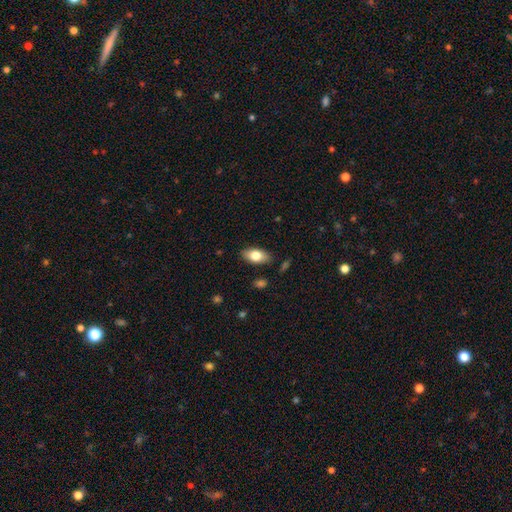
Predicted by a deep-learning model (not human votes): The model was most divided on "smooth or featured": smooth: 78%, featured or disk: 15%, star or artifact: 7%. More confident: how rounded — in between (91%); merging — none (85%).